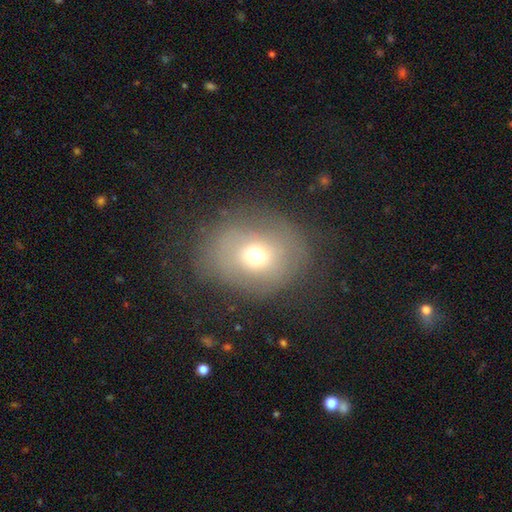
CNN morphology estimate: smooth 61%, featured or disk 24%, star or artifact 14%. Down the decision tree: how rounded — round (62%); merging — none (65%).